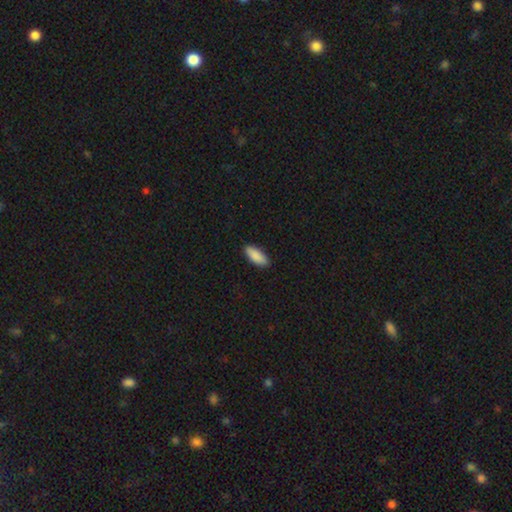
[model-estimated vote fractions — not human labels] This is clearly a smooth galaxy (90%). How rounded: likely in between (78%). Merging: clearly none (89%).